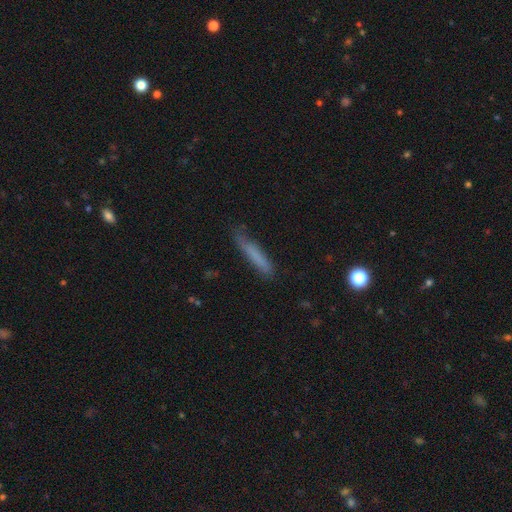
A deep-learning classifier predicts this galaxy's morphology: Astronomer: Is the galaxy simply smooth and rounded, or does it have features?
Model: smooth — 71%.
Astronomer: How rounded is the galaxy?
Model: cigar-shaped — 92%.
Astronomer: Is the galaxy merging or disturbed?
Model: none — 69%.